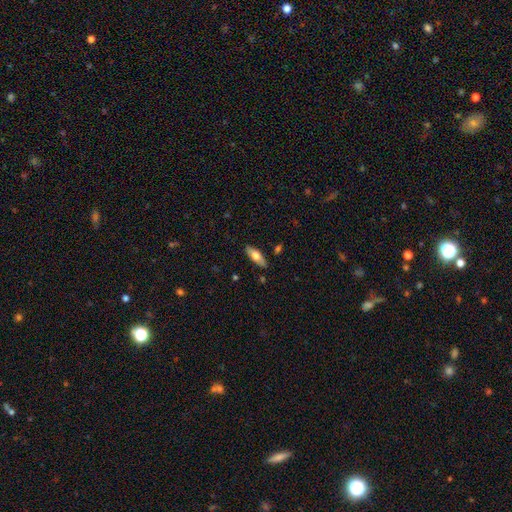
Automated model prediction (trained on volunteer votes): This appears to be a smooth galaxy with no disk features (62%) that is in between round and cigar-shaped (72%). Merging: none (85%).